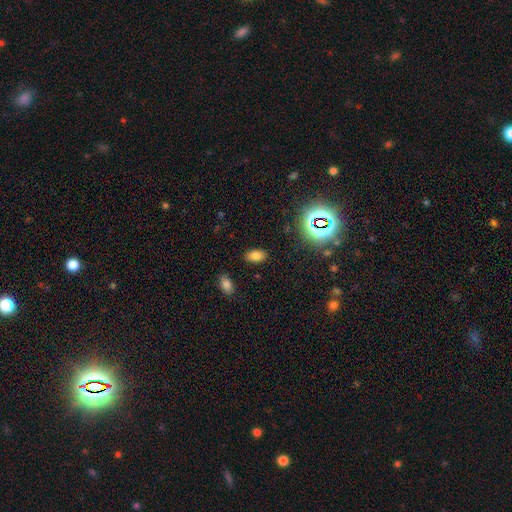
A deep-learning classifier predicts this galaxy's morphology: smooth-or-featured: smooth: 75% | star or artifact: 17% | featured or disk: 8%
  how-rounded: in between: 90% | round: 8% | cigar-shaped: 2%
  merging: none: 87% | minor disturbance: 9% | major disturbance: 3% | merger: 2%